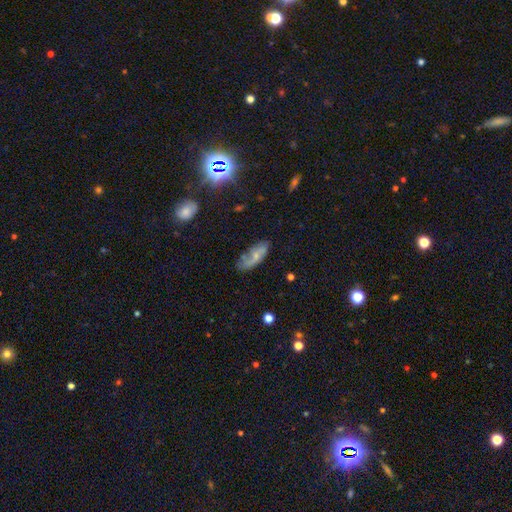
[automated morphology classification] smooth-or-featured: smooth: 48% | featured or disk: 43% | star or artifact: 9%
  merging: none: 50% | minor disturbance: 30% | major disturbance: 14% | merger: 5%